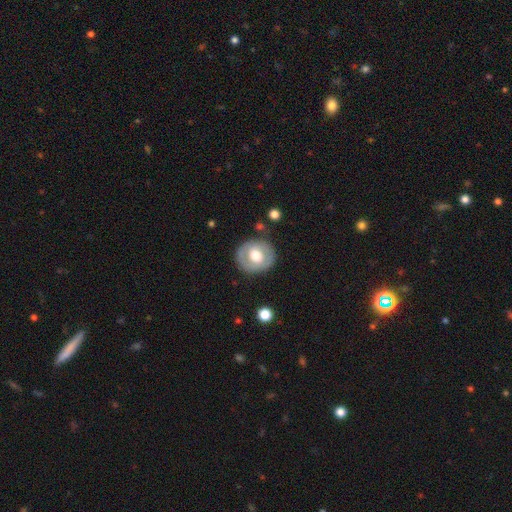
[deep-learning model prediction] The model was most divided on "smooth or featured": smooth: 51%, featured or disk: 43%, star or artifact: 6%. More confident: merging — none (82%); how rounded — round (80%).